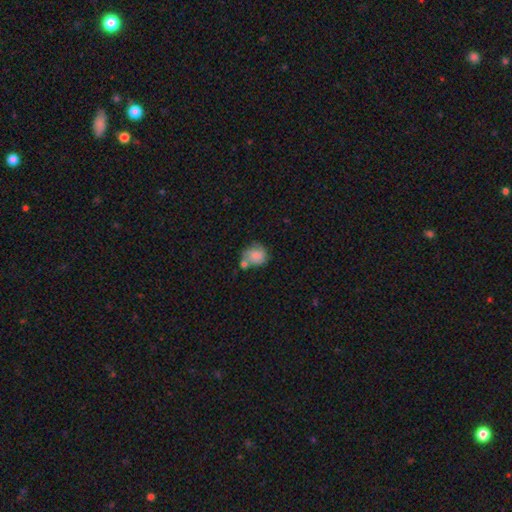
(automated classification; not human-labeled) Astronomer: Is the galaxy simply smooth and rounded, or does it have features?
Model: smooth — 79%.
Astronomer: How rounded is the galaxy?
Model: round — 76%.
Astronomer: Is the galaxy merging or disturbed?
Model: none — 49% (runner-up: merger, 24%).